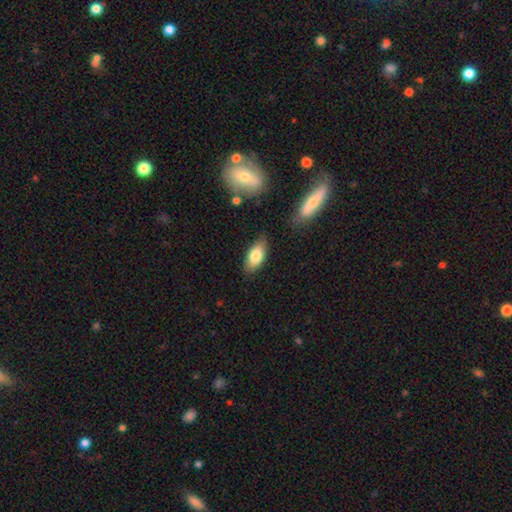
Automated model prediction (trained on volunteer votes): This appears to be a smooth galaxy with no disk features (79%) that is in between round and cigar-shaped (87%). Merging: none (80%).